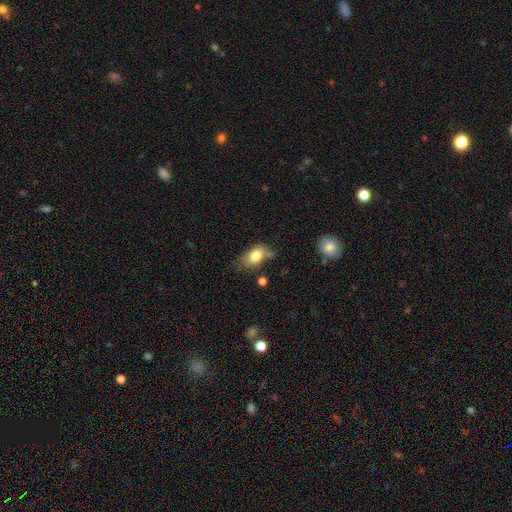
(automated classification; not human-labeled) Smooth or featured?
  - smooth: 78% *
  - featured or disk: 14%
  - star or artifact: 8%
How rounded?
  - in between: 84% *
  - round: 13%
  - cigar-shaped: 3%
Merging?
  - none: 51% *
  - minor disturbance: 31%
  - major disturbance: 10%
  - merger: 8%